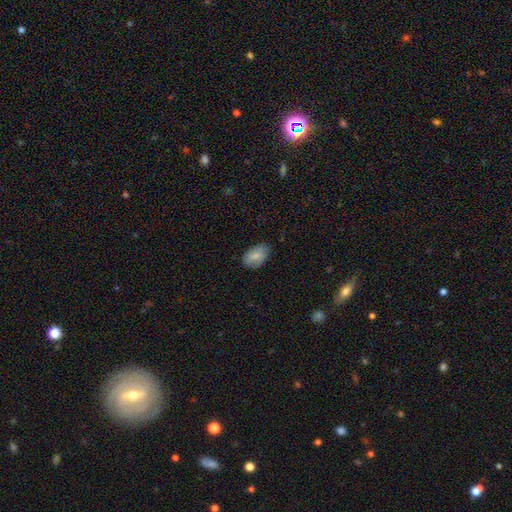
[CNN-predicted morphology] Smooth or featured? smooth (75%)
How rounded? in between (91%)
Merging? none (72%)